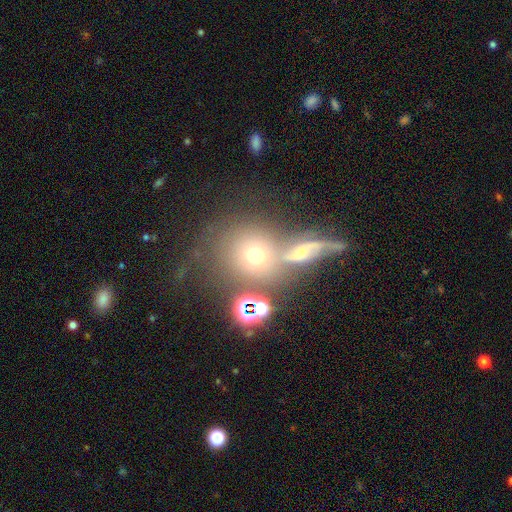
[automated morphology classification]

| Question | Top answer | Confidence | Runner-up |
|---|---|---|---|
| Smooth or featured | smooth | 53% | featured or disk (28%) |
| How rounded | round | 79% | in between (19%) |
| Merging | merger | 41% | none (39%) |